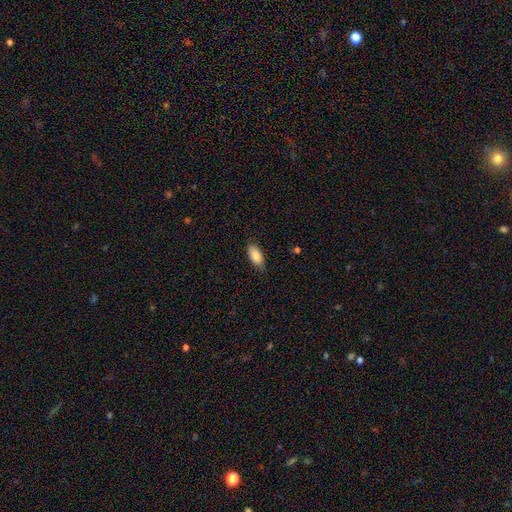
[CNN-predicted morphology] A smooth galaxy with no disk features (85%) that is in between round and cigar-shaped (87%).

Vote fractions:
- Smooth or featured? smooth: 85% / featured or disk: 8% / star or artifact: 6%
- How rounded? in between: 87% / cigar-shaped: 11% / round: 2%
- Merging? none: 79% / minor disturbance: 17% / major disturbance: 3% / merger: 1%